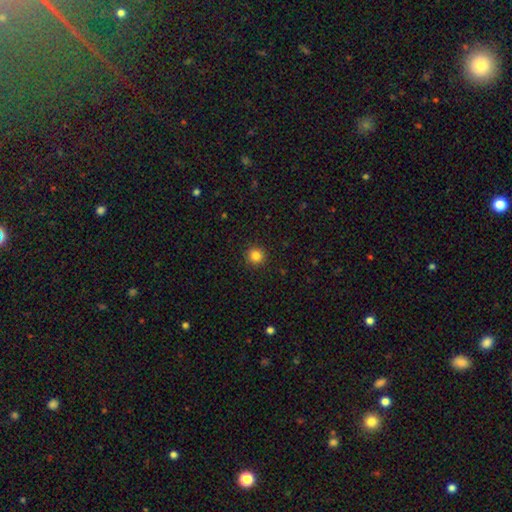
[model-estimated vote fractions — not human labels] Smooth or featured: smooth — 84% (star or artifact — 11%)
How rounded: round — 93% (in between — 6%)
Merging: none — 91% (minor disturbance — 6%)